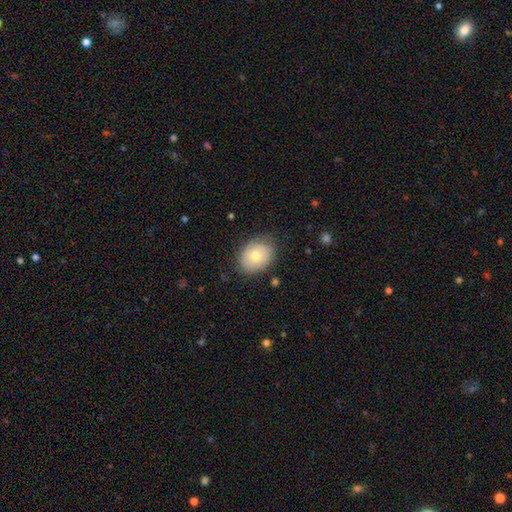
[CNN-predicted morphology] smooth-or-featured: smooth: 65% | featured or disk: 27% | star or artifact: 8%
  how-rounded: in between: 63% | round: 36% | cigar-shaped: 1%
  merging: none: 76% | minor disturbance: 18% | major disturbance: 4% | merger: 1%